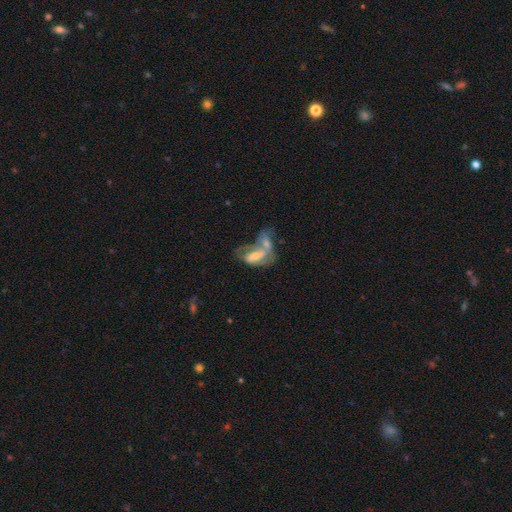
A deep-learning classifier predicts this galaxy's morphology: A featured or disk galaxy (49%). Merging: merger (62%).